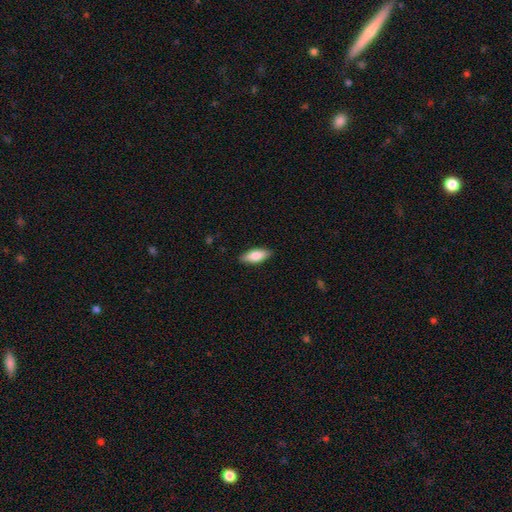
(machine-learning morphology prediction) Q: Smooth or featured?
A: smooth (79%); runner-up: featured or disk (15%)
Q: How rounded?
A: in between (77%); runner-up: cigar-shaped (20%)
Q: Merging?
A: none (87%); runner-up: minor disturbance (10%)